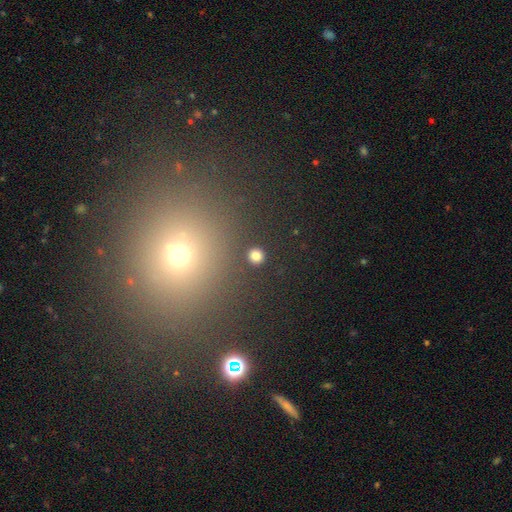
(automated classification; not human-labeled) Smooth or featured? Predicted: smooth (p=0.81). How rounded? Predicted: round (p=0.89). Merging? Predicted: none (p=0.91).